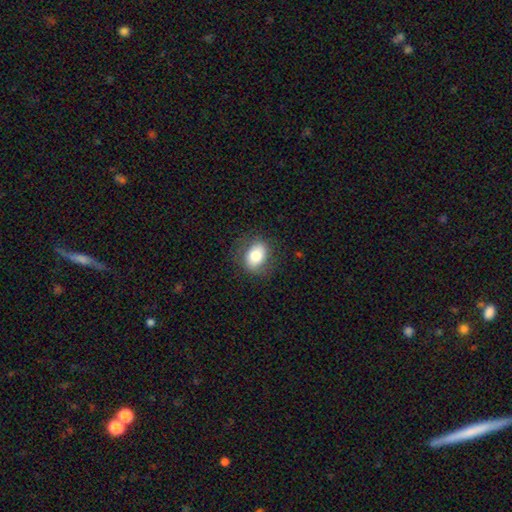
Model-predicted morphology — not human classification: The model was most divided on "how rounded": in between: 70%, round: 29%, cigar-shaped: 1%. More confident: merging — none (79%); smooth or featured — smooth (77%).